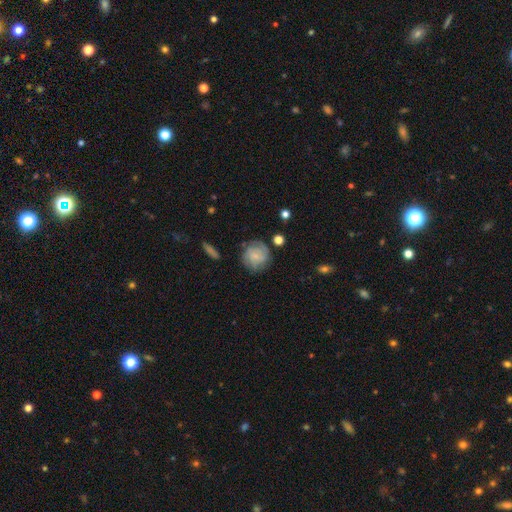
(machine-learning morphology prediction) type=featured or disk (57%); edge-on=no (97%); bar=no (57%); spiral arms=yes (87%); bulge=small (56%); merging=none (71%).